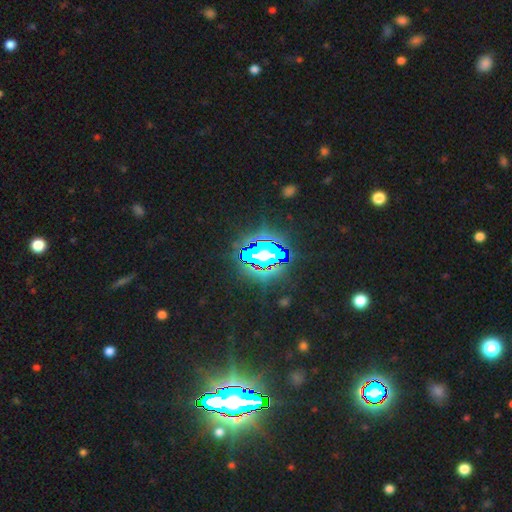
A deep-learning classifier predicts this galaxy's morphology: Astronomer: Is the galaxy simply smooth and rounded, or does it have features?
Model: star or artifact — 83%.